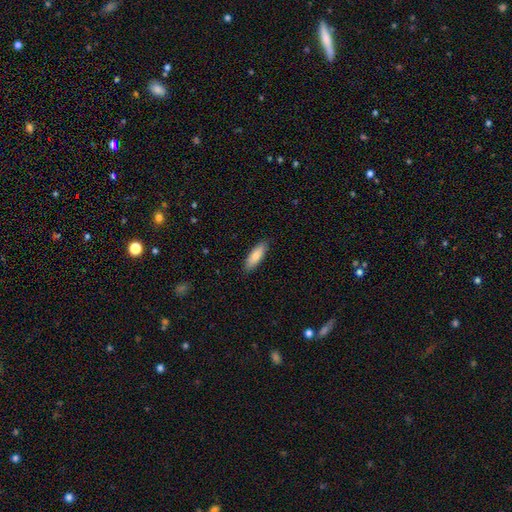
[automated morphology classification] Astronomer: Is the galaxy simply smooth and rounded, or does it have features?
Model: smooth — 85%.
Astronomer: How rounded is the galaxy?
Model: in between — 52% (runner-up: cigar-shaped, 47%).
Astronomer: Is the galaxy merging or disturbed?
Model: none — 88%.